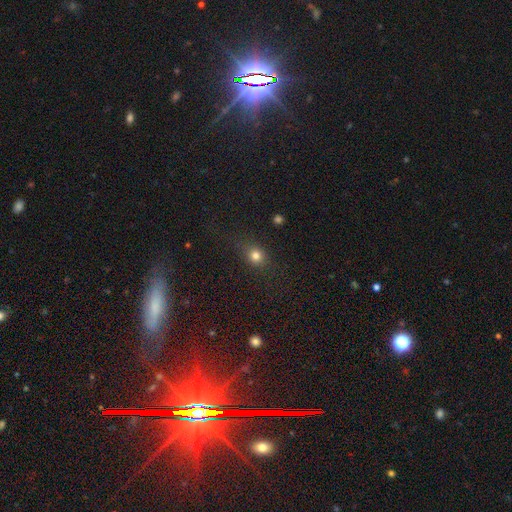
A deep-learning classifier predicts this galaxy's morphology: This appears to be a smooth galaxy with no disk features (79%) that is round (69%). Merging: none (80%).